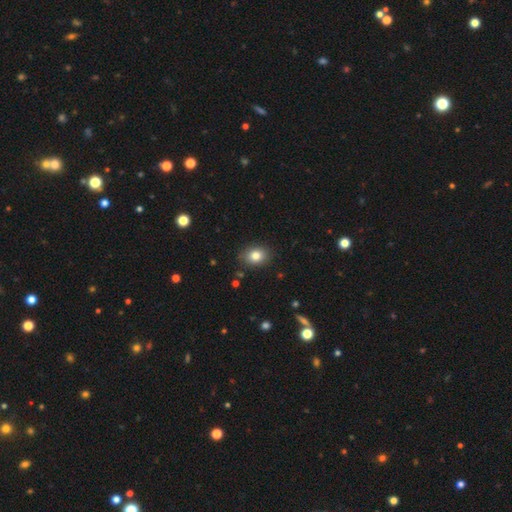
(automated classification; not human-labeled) smooth 81%, star or artifact 10%, featured or disk 8%. Down the decision tree: how rounded — in between (59%); merging — none (87%).